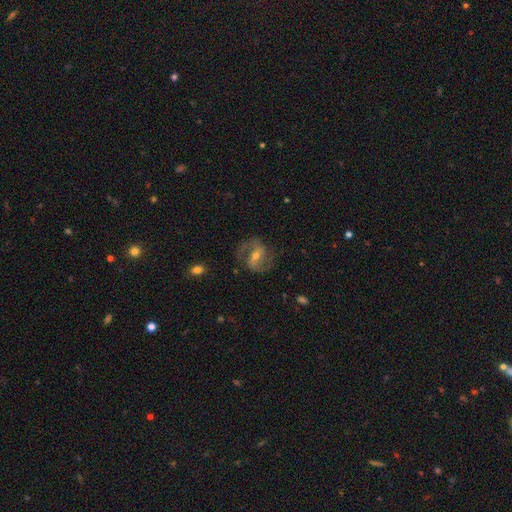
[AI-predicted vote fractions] Smooth or featured?
  - featured or disk: 80% *
  - smooth: 13%
  - star or artifact: 7%
Edge-on disk?
  - no: 97% *
  - yes: 3%
Bar?
  - weak: 43% *
  - strong: 37%
  - no: 20%
Spiral arms?
  - yes: 93% *
  - no: 7%
Spiral winding?
  - medium: 54% *
  - loose: 27%
  - tight: 18%
Spiral arm count?
  - 2: 89% *
  - can't tell: 5%
  - 1: 3%
  - 3: 1%
  - 4: 1%
  - more than 4: 1%
Bulge size?
  - moderate: 52% *
  - small: 42%
  - large: 3%
  - none: 2%
  - dominant: 1%
Merging?
  - none: 73% *
  - minor disturbance: 16%
  - major disturbance: 10%
  - merger: 2%